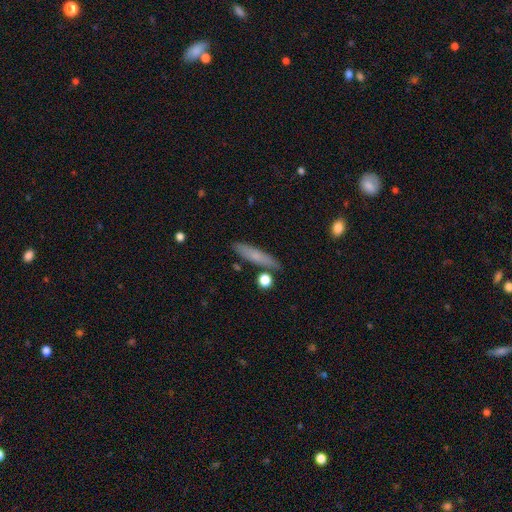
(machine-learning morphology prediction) type=smooth (68%); roundness=cigar-shaped (87%); merging=none (82%).